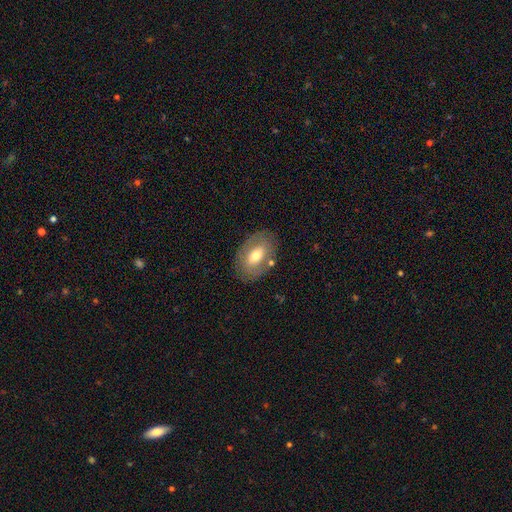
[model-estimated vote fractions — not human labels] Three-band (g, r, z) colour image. It shows a smooth galaxy with no disk features (56%) that is in between round and cigar-shaped (85%). Merging: none (78%).